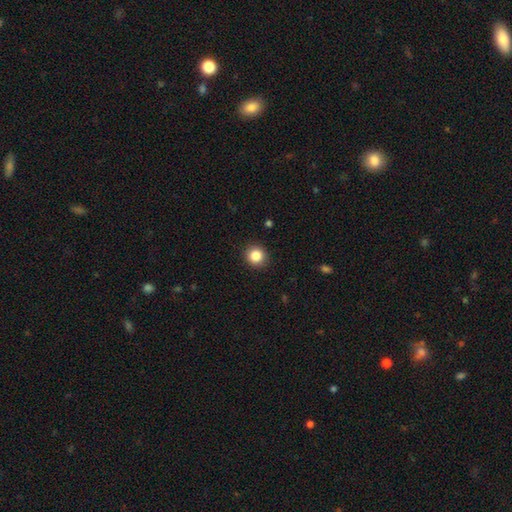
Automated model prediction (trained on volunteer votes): Morphology: type=smooth (85%); roundness=round (92%); merging=none (92%).